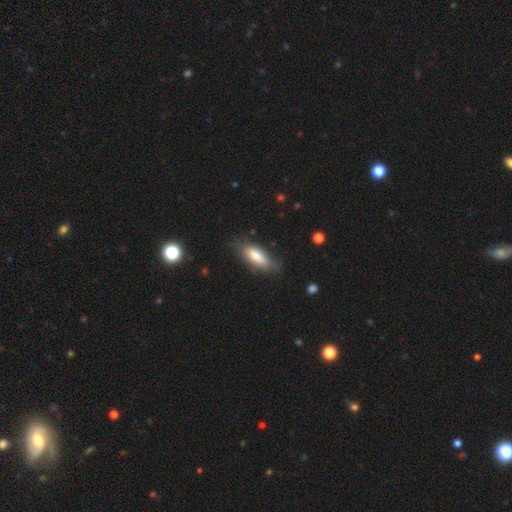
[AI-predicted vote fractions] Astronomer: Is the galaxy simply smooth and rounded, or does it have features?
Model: smooth — 75%.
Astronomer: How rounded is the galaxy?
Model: in between — 68%.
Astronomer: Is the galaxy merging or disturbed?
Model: none — 73%.